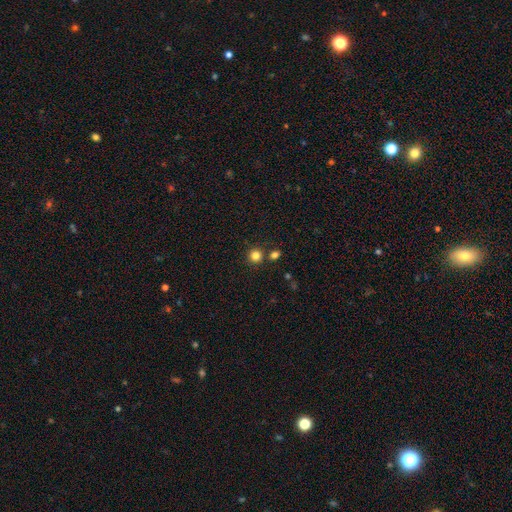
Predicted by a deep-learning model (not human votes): smooth_or_featured: smooth (p=0.82) [alt: star or artifact p=0.13]
how_rounded: round (p=0.94) [alt: in between p=0.05]
merging: none (p=0.82) [alt: merger p=0.09]